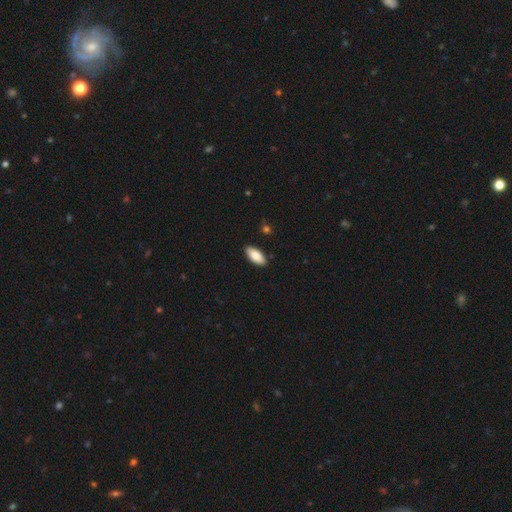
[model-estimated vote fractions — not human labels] Overall: smooth (86%). How rounded: in between (89%). Merging: none (88%).